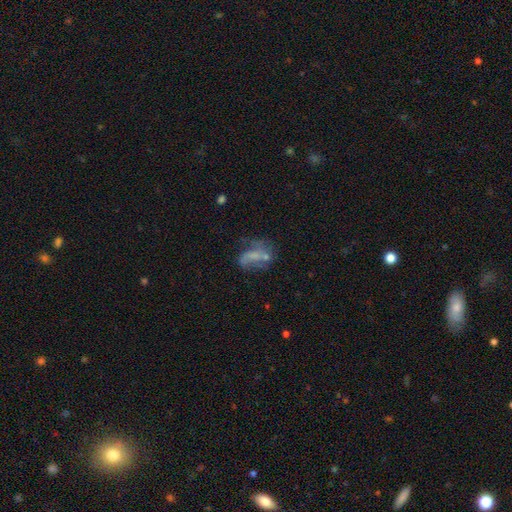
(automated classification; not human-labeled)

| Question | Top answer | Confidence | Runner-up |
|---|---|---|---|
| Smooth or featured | featured or disk | 52% | smooth (35%) |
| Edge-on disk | no | 95% | yes (5%) |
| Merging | none | 34% | major disturbance (30%) |